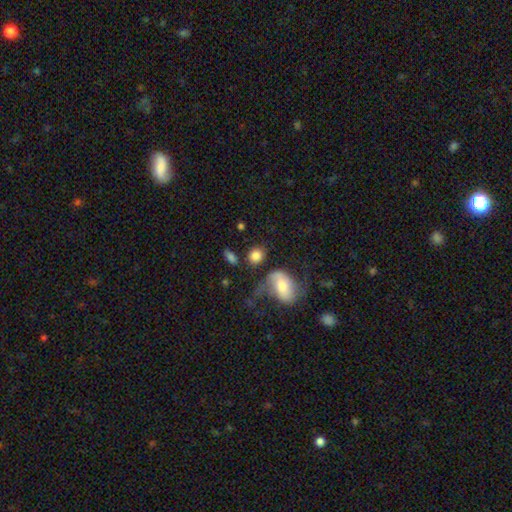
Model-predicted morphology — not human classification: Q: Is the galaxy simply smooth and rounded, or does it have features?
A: smooth — 81%.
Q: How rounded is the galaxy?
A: in between — 50%.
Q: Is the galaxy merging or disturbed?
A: none — 61%.